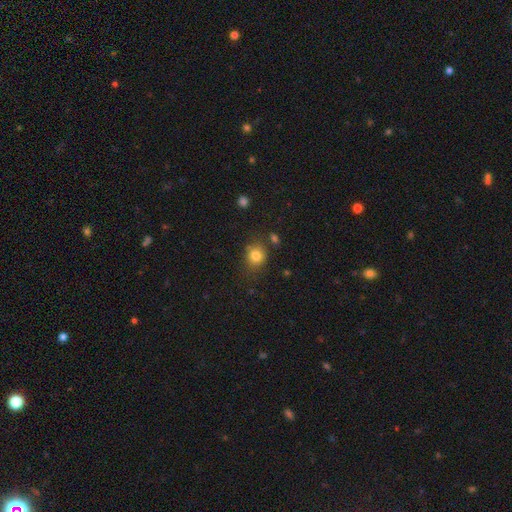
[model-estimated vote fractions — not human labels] This appears to be a smooth galaxy with no disk features (81%) that is round (70%). Merging: none (74%).